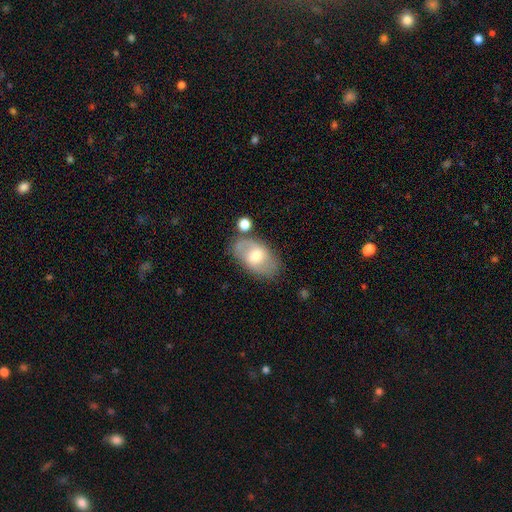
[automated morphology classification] smooth 49%, featured or disk 44%, star or artifact 7%. Down the decision tree: merging — none (68%).